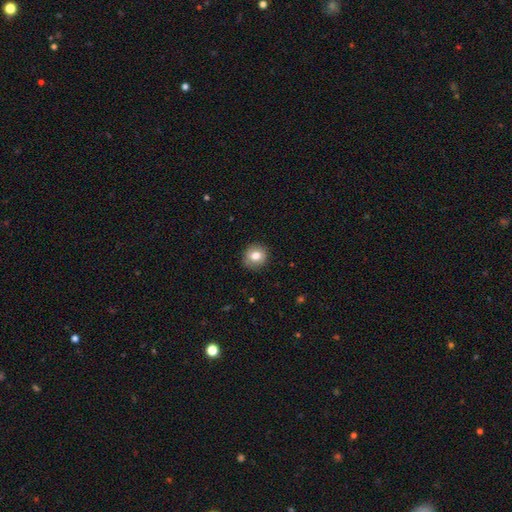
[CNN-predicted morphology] The model was most divided on "smooth or featured": smooth: 80%, featured or disk: 11%, star or artifact: 9%. More confident: merging — none (88%); how rounded — round (85%).